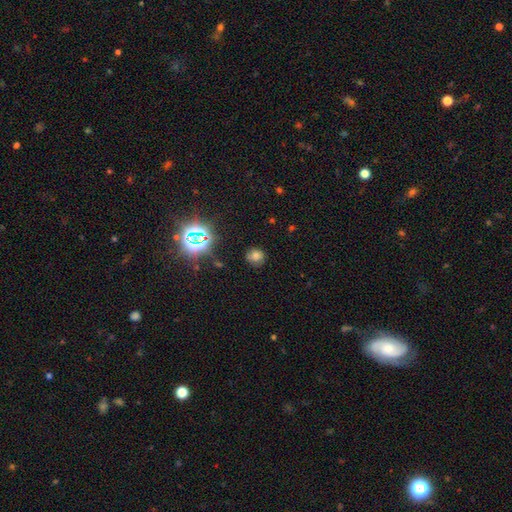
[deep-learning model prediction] Smooth or featured: smooth — 61% (star or artifact — 31%)
How rounded: round — 79% (in between — 20%)
Merging: none — 82% (minor disturbance — 12%)